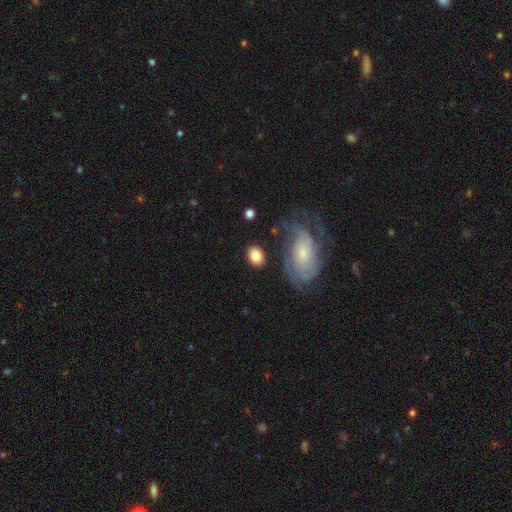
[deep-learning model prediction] smooth_or_featured: smooth (p=0.80) [alt: featured or disk p=0.14]
how_rounded: in between (p=0.67) [alt: round p=0.31]
merging: none (p=0.77) [alt: minor disturbance p=0.13]